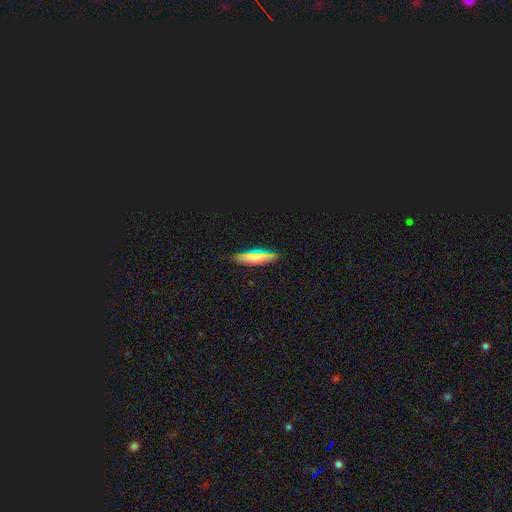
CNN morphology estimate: Smooth or featured? Predicted: smooth (p=0.60). How rounded? Predicted: in between (p=0.50). Merging? Predicted: none (p=0.87).